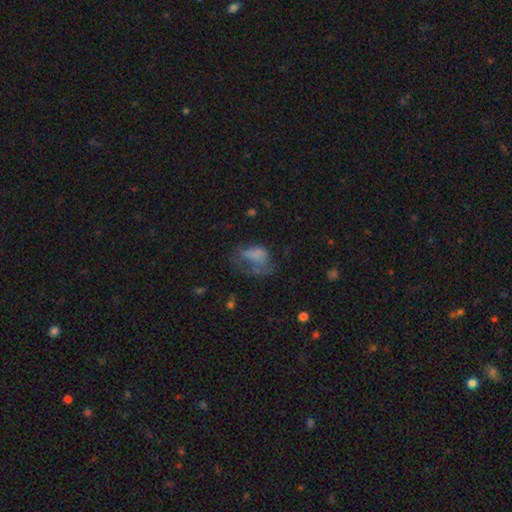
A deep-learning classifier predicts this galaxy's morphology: type=smooth (56%); roundness=in between (79%); merging=major disturbance (52%).